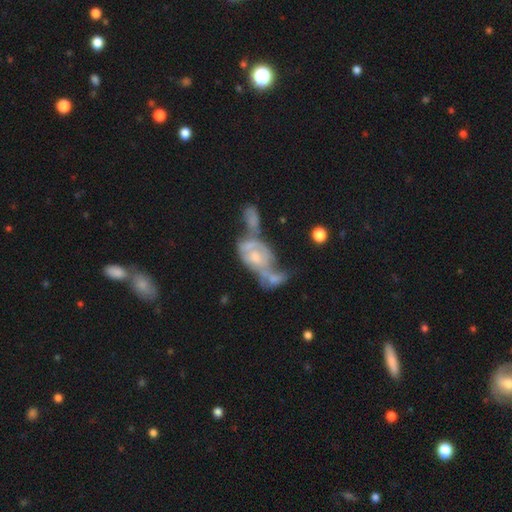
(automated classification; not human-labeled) featured or disk 66%, smooth 25%, star or artifact 9%. Down the decision tree: edge-on disk — no (94%); bar — no (73%); spiral arms — yes (59%); bulge size — moderate (47%); merging — merger (60%).